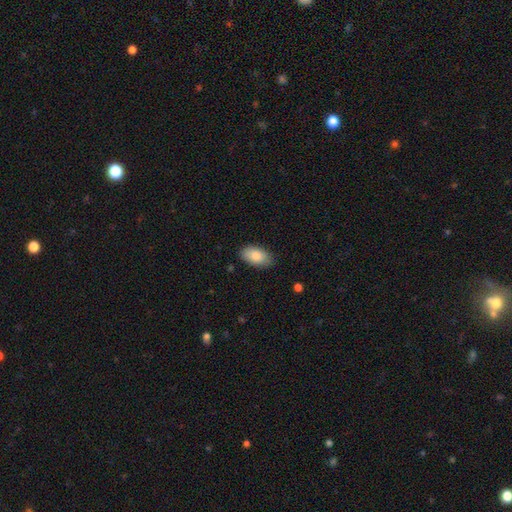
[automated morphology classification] This appears to be a smooth galaxy with no disk features (84%) that is in between round and cigar-shaped (94%). Merging: none (82%).